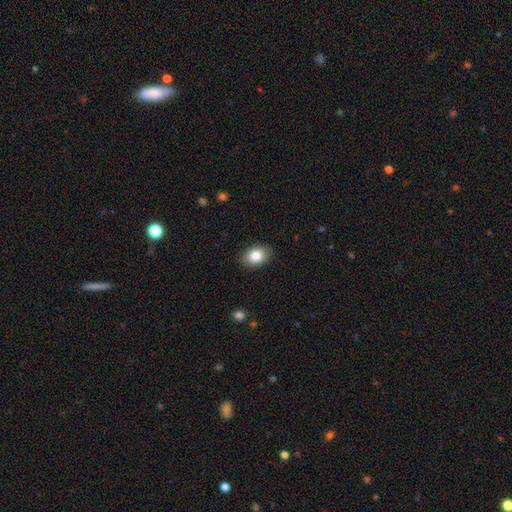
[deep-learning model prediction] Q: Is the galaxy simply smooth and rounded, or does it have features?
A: smooth — 84%.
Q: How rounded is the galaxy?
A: in between — 78%.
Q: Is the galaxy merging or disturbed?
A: none — 88%.